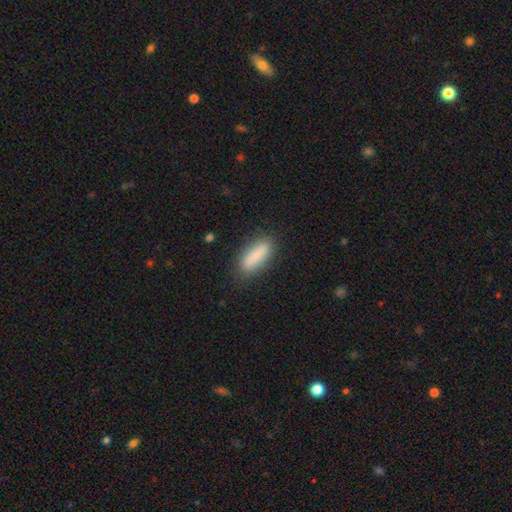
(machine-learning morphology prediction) smooth-or-featured: smooth: 85% | featured or disk: 8% | star or artifact: 7%
  how-rounded: in between: 54% | cigar-shaped: 44% | round: 2%
  merging: none: 83% | minor disturbance: 12% | major disturbance: 3% | merger: 2%